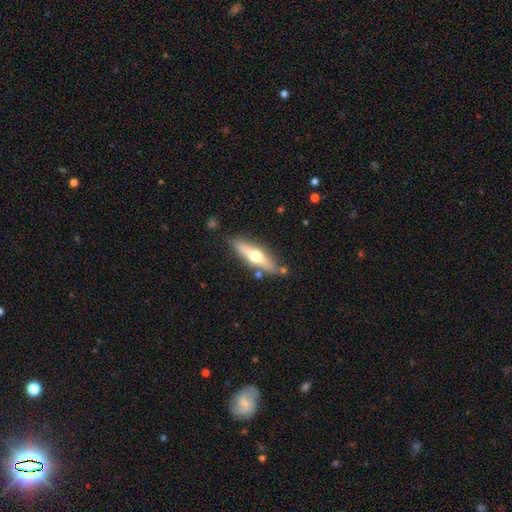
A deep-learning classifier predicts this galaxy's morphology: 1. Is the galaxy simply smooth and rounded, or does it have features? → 56% featured or disk, 39% smooth, 6% star or artifact.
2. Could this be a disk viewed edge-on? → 90% yes, 10% no.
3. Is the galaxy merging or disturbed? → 79% none, 13% minor disturbance, 5% merger, 3% major disturbance.